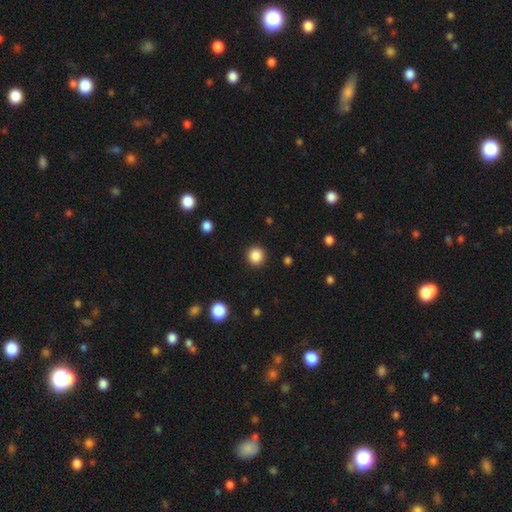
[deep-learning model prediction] Smooth or featured? smooth (87%)
How rounded? round (95%)
Merging? none (92%)